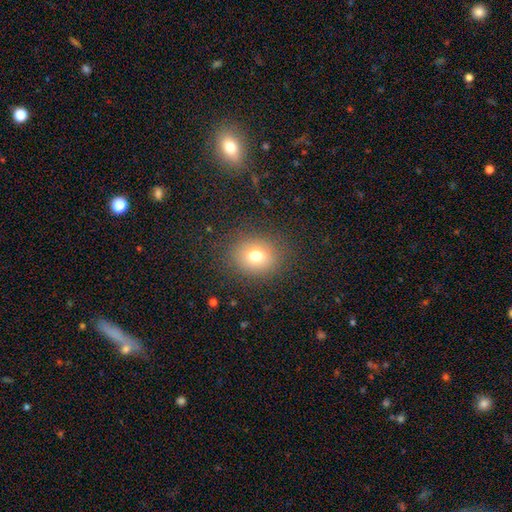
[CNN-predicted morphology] This is likely a smooth galaxy (74%). How rounded: likely round (69%). Merging: clearly none (85%).